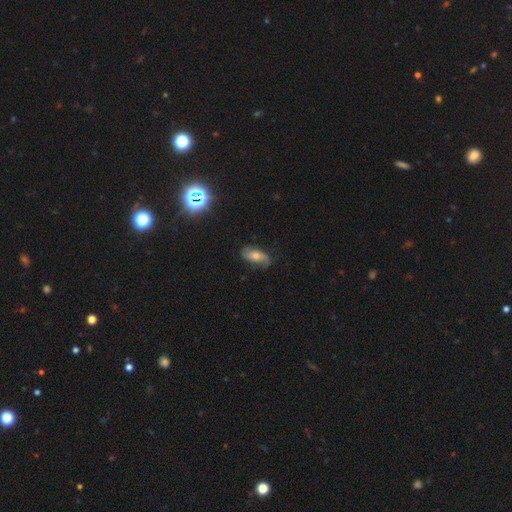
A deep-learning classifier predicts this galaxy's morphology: This is possibly a smooth galaxy (50%). Merging: likely none (69%).